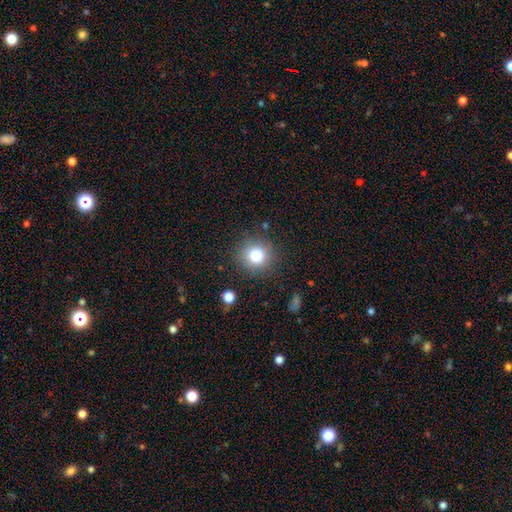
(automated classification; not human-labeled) This is likely a smooth galaxy (80%). How rounded: clearly round (92%). Merging: clearly none (86%).